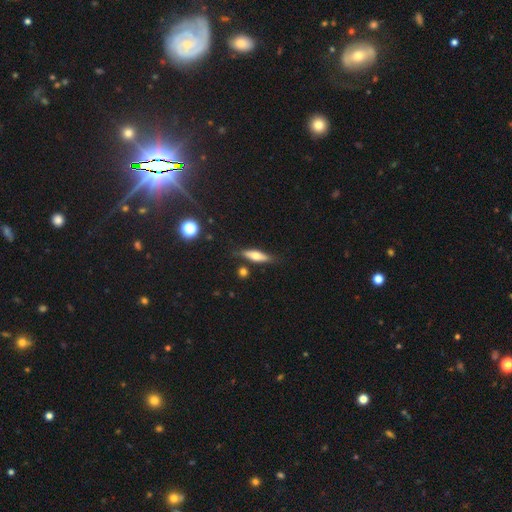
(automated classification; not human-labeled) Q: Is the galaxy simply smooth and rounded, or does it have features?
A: smooth — 55%.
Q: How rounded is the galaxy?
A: cigar-shaped — 61%.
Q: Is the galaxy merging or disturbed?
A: none — 76%.